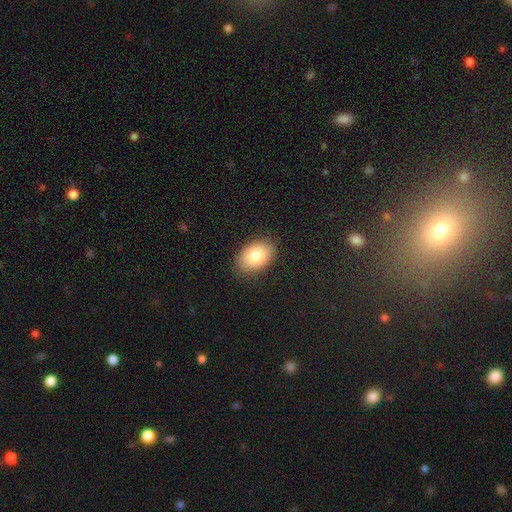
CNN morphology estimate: Q: Smooth or featured?
A: smooth (83%); runner-up: featured or disk (9%)
Q: How rounded?
A: in between (87%); runner-up: round (12%)
Q: Merging?
A: none (87%); runner-up: minor disturbance (10%)